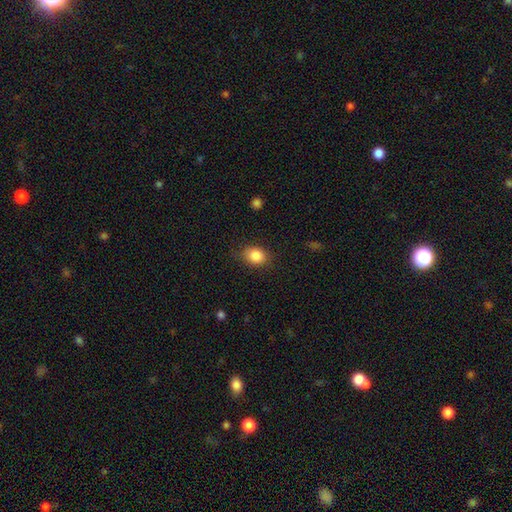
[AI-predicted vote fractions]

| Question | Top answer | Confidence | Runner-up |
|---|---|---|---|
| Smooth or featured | smooth | 86% | star or artifact (9%) |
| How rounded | in between | 59% | round (40%) |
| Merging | none | 81% | minor disturbance (14%) |